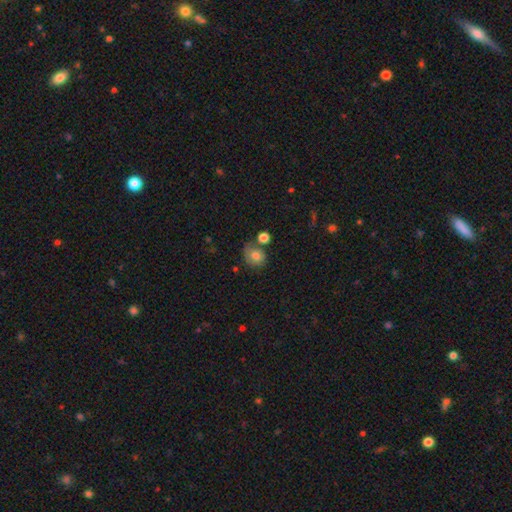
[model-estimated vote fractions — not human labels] smooth_or_featured: smooth (p=0.78) [alt: featured or disk p=0.13]
how_rounded: round (p=0.61) [alt: in between p=0.38]
merging: none (p=0.55) [alt: minor disturbance p=0.21]